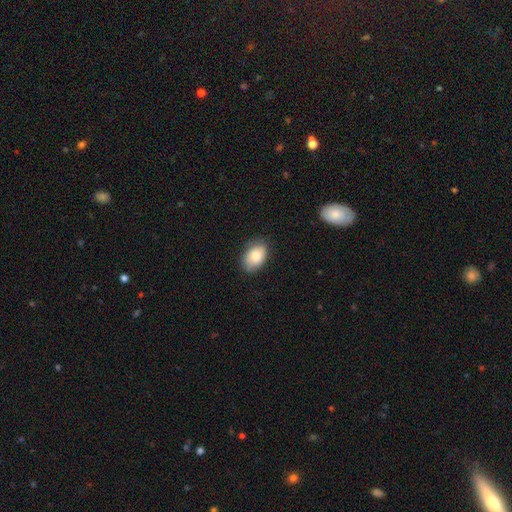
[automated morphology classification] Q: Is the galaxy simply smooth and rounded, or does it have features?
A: smooth — 81%.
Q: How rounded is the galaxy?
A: in between — 87%.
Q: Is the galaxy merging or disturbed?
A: none — 81%.